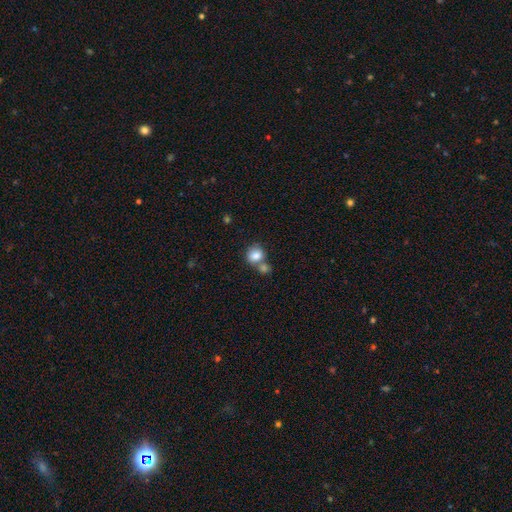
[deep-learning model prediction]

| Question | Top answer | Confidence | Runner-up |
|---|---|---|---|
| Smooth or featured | smooth | 84% | star or artifact (9%) |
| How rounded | round | 72% | in between (27%) |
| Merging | none | 43% | tied: merger (43%) |